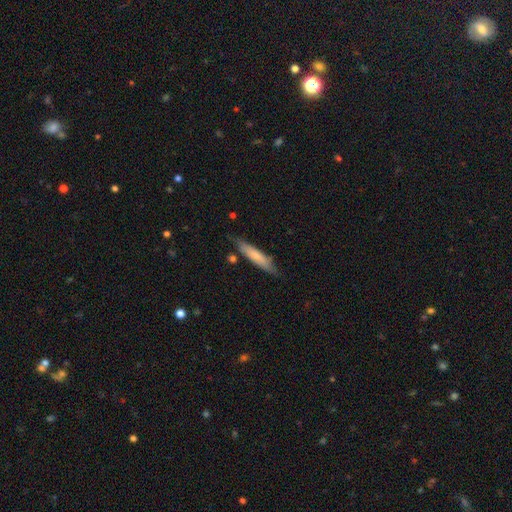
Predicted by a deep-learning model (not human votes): smooth-or-featured: smooth: 65% | featured or disk: 29% | star or artifact: 5%
  how-rounded: cigar-shaped: 80% | in between: 18% | round: 2%
  merging: none: 73% | minor disturbance: 20% | merger: 4% | major disturbance: 4%